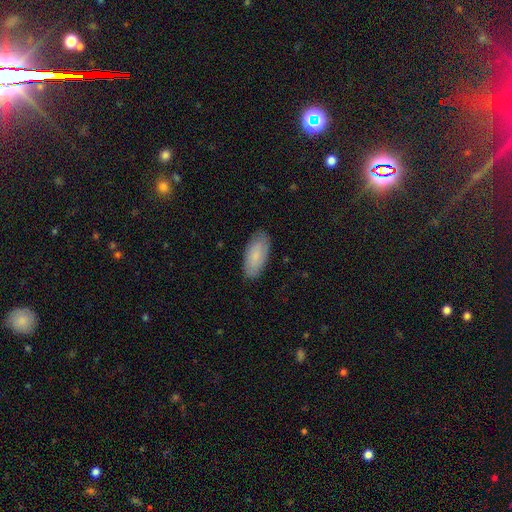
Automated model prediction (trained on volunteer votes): Smooth or featured: smooth — 79% (featured or disk — 15%)
How rounded: in between — 88% (cigar-shaped — 10%)
Merging: none — 85% (minor disturbance — 12%)